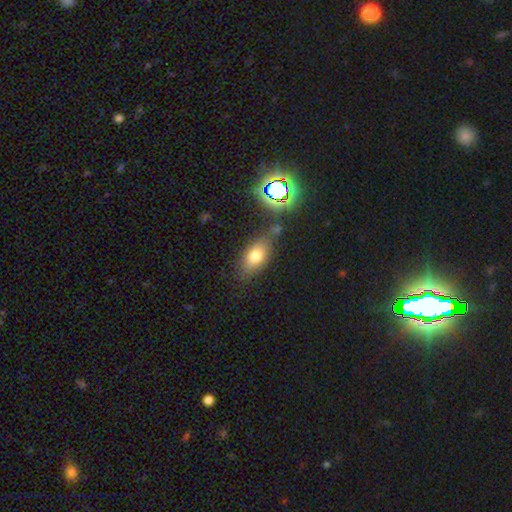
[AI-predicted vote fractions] Smooth or featured? smooth (72%)
How rounded? in between (84%)
Merging? none (71%)